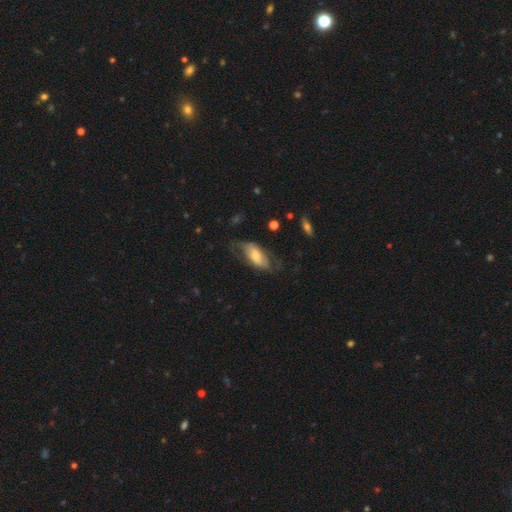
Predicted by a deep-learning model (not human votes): smooth_or_featured: featured or disk (p=0.48) [alt: smooth p=0.46]
merging: none (p=0.51) [alt: minor disturbance p=0.25]